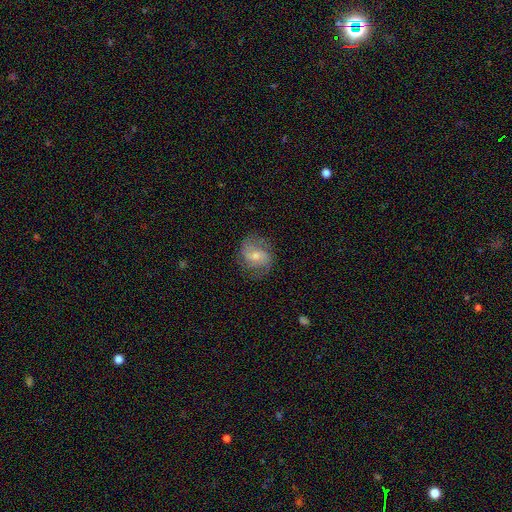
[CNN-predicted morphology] Smooth or featured: featured or disk — 72% (smooth — 19%)
Edge-on disk: no — 97% (yes — 3%)
Bar: weak — 45% (no — 39%)
Spiral arms: yes — 91% (no — 9%)
Spiral winding: medium — 46% (tight — 32%)
Spiral arm count: 2 — 69% (can't tell — 15%)
Bulge size: moderate — 49% (small — 46%)
Merging: none — 75% (minor disturbance — 17%)